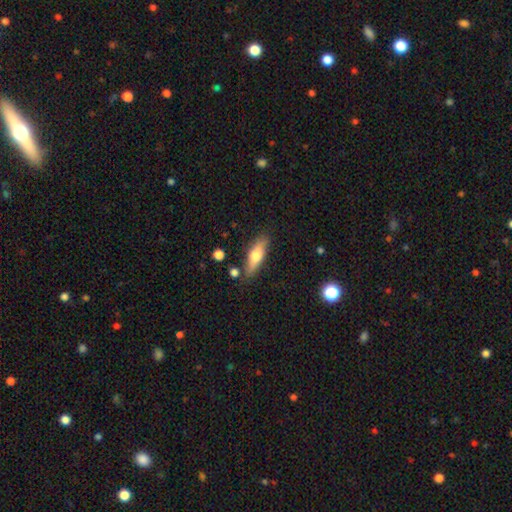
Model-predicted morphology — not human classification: smooth_or_featured: smooth (p=0.61) [alt: featured or disk p=0.33]
how_rounded: in between (p=0.49) [alt: cigar-shaped p=0.48]
merging: none (p=0.80) [alt: minor disturbance p=0.13]